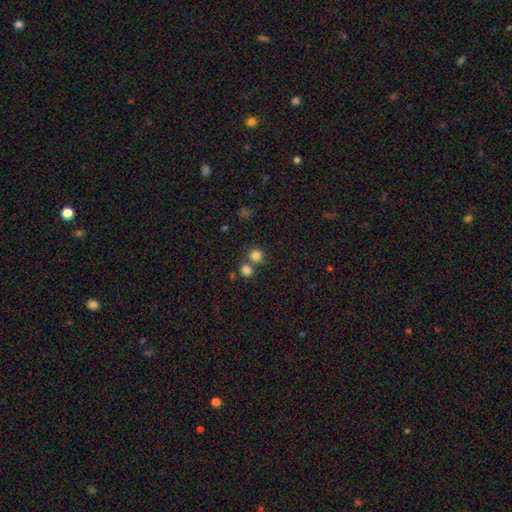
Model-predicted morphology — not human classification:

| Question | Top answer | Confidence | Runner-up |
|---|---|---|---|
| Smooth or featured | smooth | 81% | star or artifact (13%) |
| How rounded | round | 90% | in between (9%) |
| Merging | none | 64% | merger (26%) |